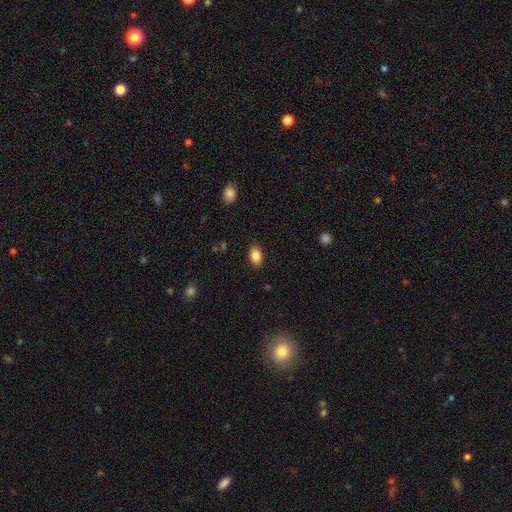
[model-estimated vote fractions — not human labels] This is clearly a smooth galaxy (85%). How rounded: clearly in between (88%). Merging: clearly none (86%).